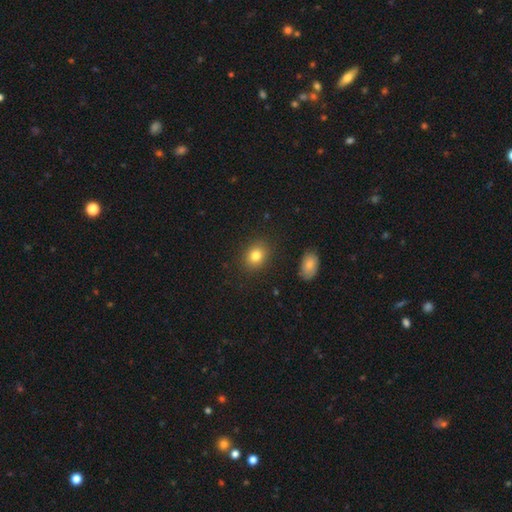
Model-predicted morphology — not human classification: Smooth or featured? Predicted: smooth (p=0.82). How rounded? Predicted: round (p=0.52). Merging? Predicted: none (p=0.87).